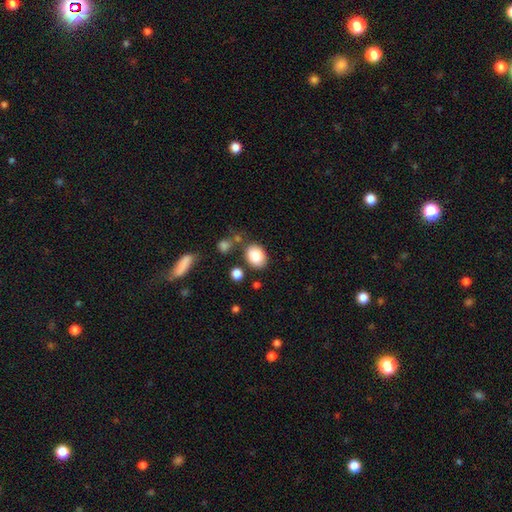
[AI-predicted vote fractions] Smooth or featured? smooth (83%)
How rounded? in between (68%)
Merging? none (76%)